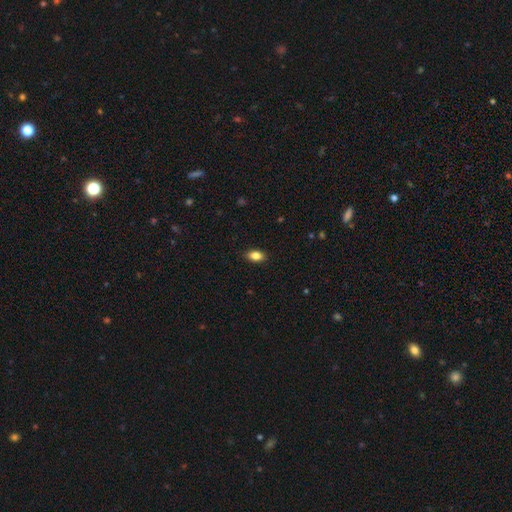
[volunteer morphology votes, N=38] smooth-or-featured: smooth: 95% | star or artifact: 5% | featured or disk: 0%
  how-rounded: in between: 86% | round: 14% | cigar-shaped: 0%
  merging: none: 92% | minor disturbance: 8% | major disturbance: 0% | merger: 0%